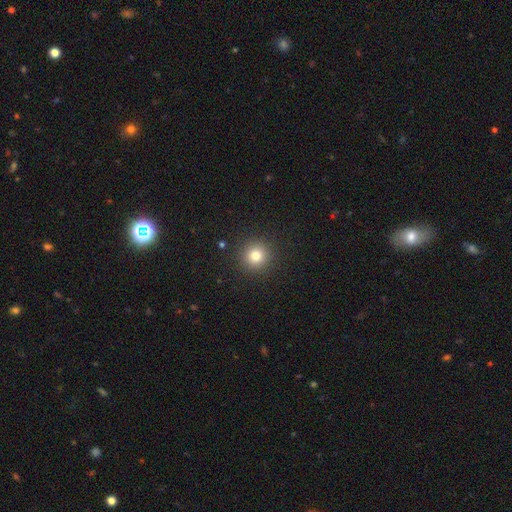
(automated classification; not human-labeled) Smooth or featured: smooth — 79% (star or artifact — 14%)
How rounded: round — 95% (in between — 4%)
Merging: none — 91% (minor disturbance — 5%)